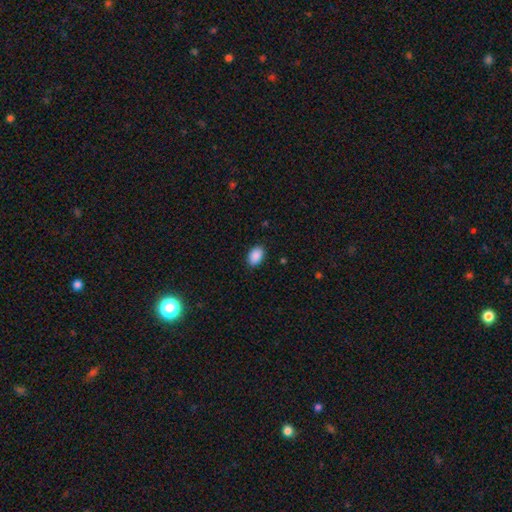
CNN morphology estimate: smooth_or_featured: smooth (p=0.90) [alt: star or artifact p=0.07]
how_rounded: in between (p=0.87) [alt: round p=0.12]
merging: none (p=0.88) [alt: minor disturbance p=0.09]